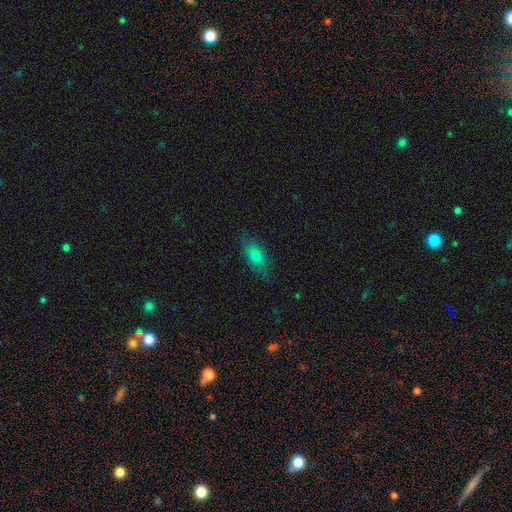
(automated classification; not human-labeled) Smooth or featured? smooth (70%)
How rounded? in between (82%)
Merging? none (72%)